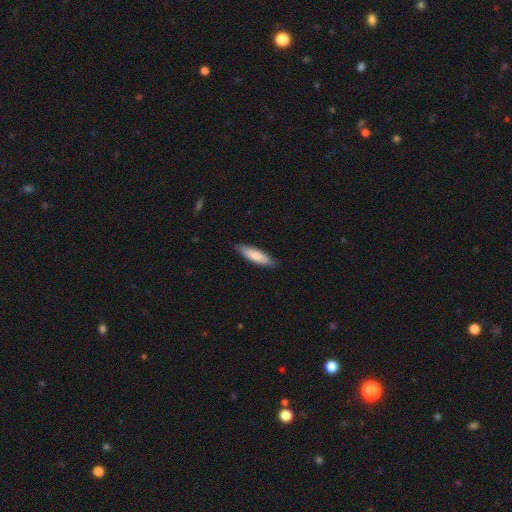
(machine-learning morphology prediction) This is clearly a smooth galaxy (84%). How rounded: likely cigar-shaped (65%). Merging: clearly none (88%).